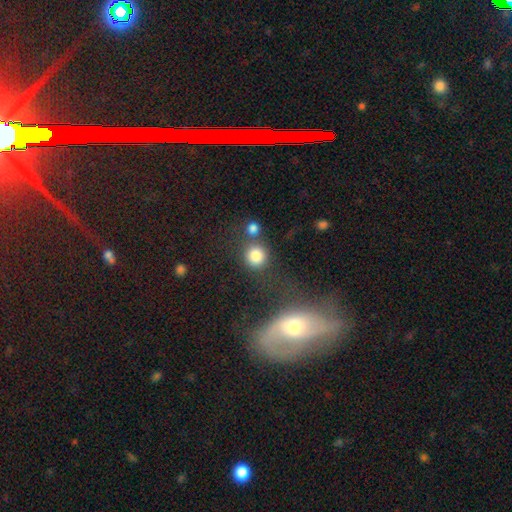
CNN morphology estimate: smooth-or-featured: smooth: 81% | star or artifact: 12% | featured or disk: 7%
  how-rounded: round: 89% | in between: 10% | cigar-shaped: 1%
  merging: none: 67% | merger: 17% | minor disturbance: 10% | major disturbance: 5%